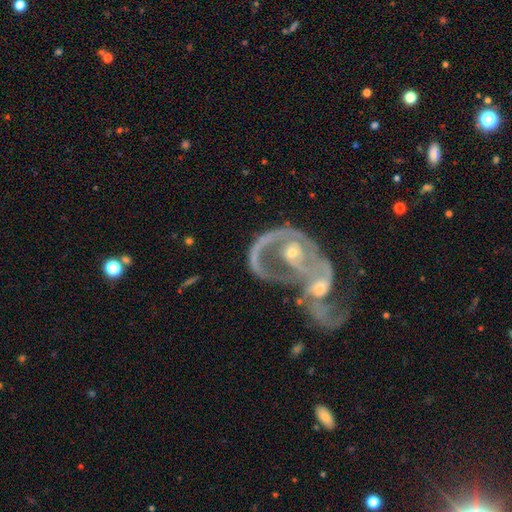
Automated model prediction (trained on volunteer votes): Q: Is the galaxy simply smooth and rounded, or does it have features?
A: featured or disk — 79%.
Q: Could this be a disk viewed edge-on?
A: no — 97%.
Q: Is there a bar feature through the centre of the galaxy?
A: no — 74%.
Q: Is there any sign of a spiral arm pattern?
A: yes — 67%.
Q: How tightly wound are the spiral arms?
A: medium — 36%.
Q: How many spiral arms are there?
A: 2 — 35%.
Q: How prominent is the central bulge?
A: moderate — 46%.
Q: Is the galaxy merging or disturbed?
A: merger — 69%.